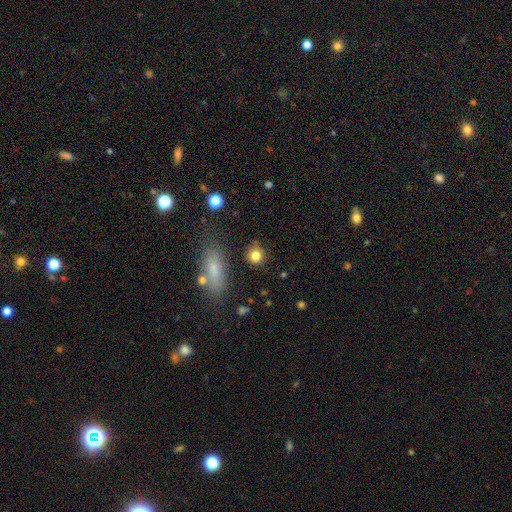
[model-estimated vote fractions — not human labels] smooth-or-featured: smooth: 82% | star or artifact: 11% | featured or disk: 8%
  how-rounded: round: 81% | in between: 17% | cigar-shaped: 2%
  merging: none: 77% | minor disturbance: 14% | merger: 5% | major disturbance: 5%